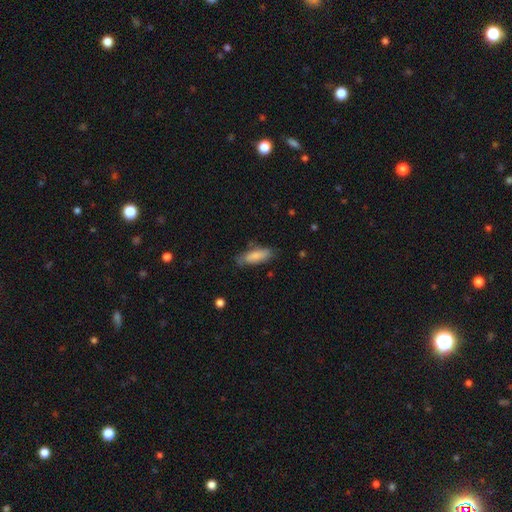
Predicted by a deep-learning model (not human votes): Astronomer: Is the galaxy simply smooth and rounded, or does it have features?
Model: smooth — 79%.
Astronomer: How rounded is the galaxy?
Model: in between — 63%.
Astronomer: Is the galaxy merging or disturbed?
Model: none — 71%.